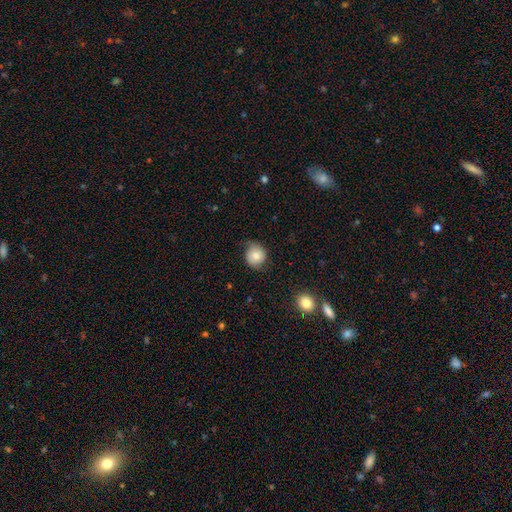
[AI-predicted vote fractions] smooth_or_featured: smooth (p=0.77) [alt: featured or disk p=0.15]
how_rounded: round (p=0.85) [alt: in between p=0.14]
merging: none (p=0.67) [alt: minor disturbance p=0.25]